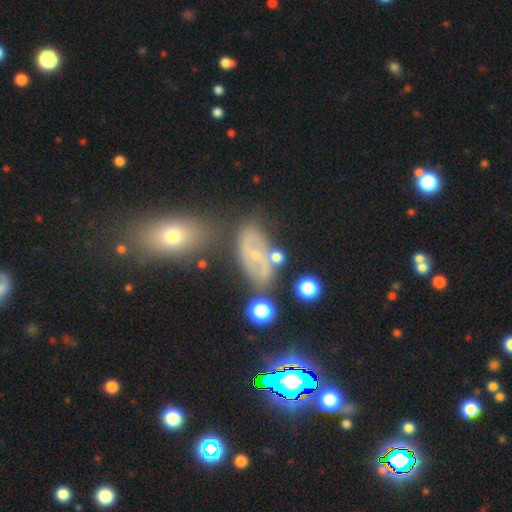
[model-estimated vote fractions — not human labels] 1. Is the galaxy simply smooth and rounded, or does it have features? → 55% featured or disk, 27% smooth, 18% star or artifact.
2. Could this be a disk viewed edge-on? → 92% no, 8% yes.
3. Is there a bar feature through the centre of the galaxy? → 65% no, 26% weak, 9% strong.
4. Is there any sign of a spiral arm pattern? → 63% yes, 37% no.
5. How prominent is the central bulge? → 74% small, 20% moderate, 3% none, 1% large, 1% dominant.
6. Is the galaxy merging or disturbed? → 58% none, 21% minor disturbance, 12% merger, 9% major disturbance.